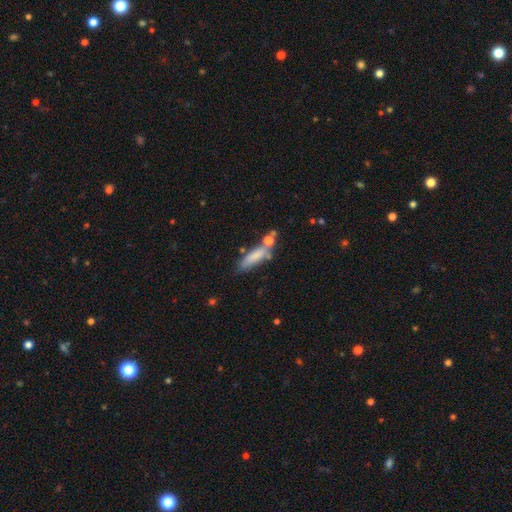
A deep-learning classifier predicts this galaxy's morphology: type=smooth (74%); roundness=cigar-shaped (64%); merging=none (56%).